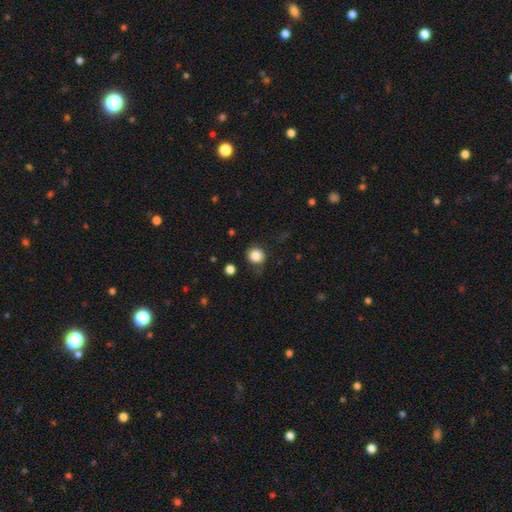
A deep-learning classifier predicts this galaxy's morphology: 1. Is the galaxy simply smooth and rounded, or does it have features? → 83% smooth, 11% star or artifact, 6% featured or disk.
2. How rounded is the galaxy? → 88% round, 11% in between, 1% cigar-shaped.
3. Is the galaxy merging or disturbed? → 79% none, 15% minor disturbance, 4% major disturbance, 2% merger.